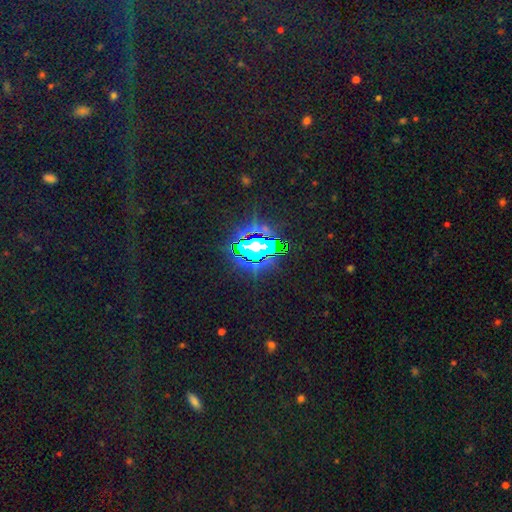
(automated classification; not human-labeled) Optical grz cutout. It shows a star or artifact, not a galaxy (73%).